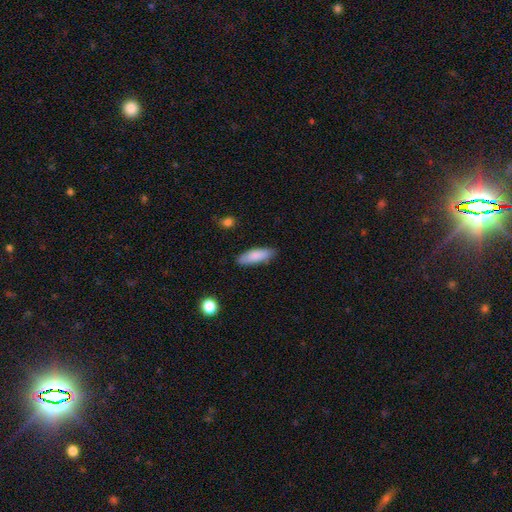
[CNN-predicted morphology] Smooth or featured? Predicted: smooth (p=0.85). How rounded? Predicted: in between (p=0.56). Merging? Predicted: none (p=0.85).